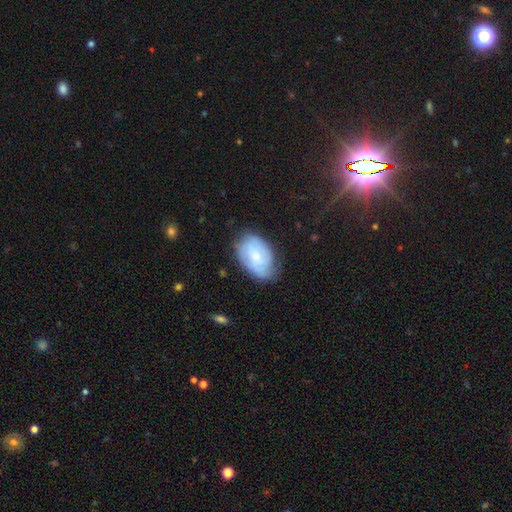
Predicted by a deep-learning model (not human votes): The model was most divided on "smooth or featured": smooth: 49%, featured or disk: 42%, star or artifact: 9%. More confident: merging — none (69%).